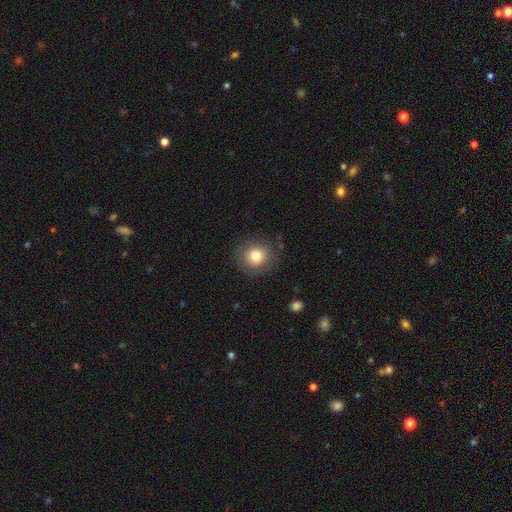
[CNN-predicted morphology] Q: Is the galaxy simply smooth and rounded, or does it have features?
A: smooth — 77%.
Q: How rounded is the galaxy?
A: round — 89%.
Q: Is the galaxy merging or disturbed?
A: none — 84%.